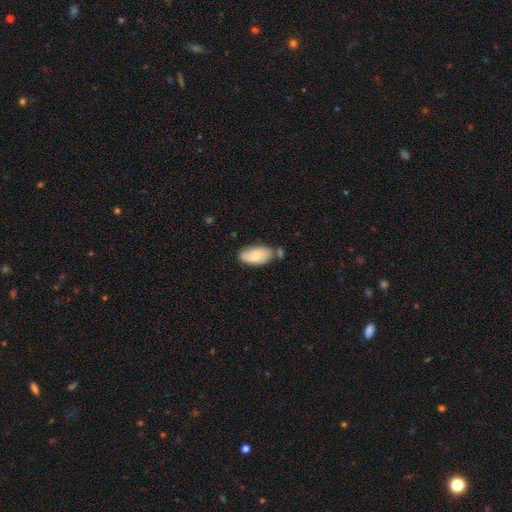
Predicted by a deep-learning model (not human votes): Morphology: type=smooth (74%); roundness=in between (93%); merging=none (64%).